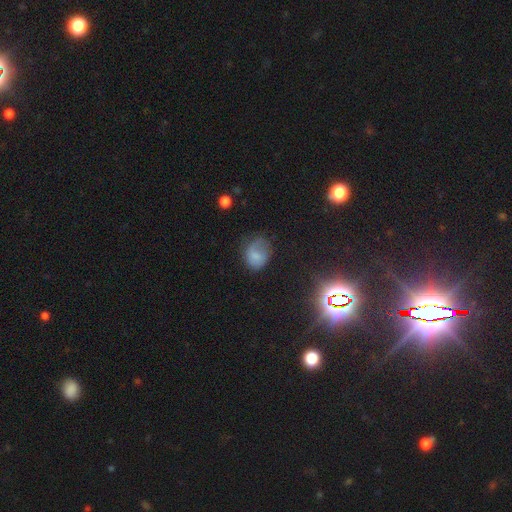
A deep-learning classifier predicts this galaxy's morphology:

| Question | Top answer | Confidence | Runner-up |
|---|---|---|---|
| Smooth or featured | smooth | 69% | featured or disk (19%) |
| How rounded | in between | 54% | round (45%) |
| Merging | none | 46% | minor disturbance (32%) |